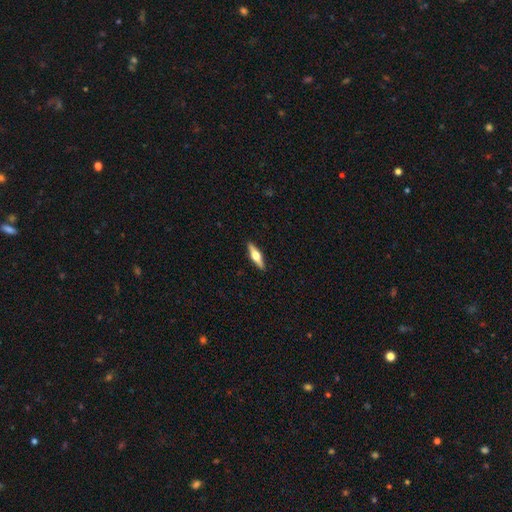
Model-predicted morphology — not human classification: smooth-or-featured: featured or disk: 62% | smooth: 33% | star or artifact: 5%
  disk-edge-on: yes: 96% | no: 4%
    edge-on-bulge: rounded: 95% | boxy: 3% | none: 2%
  merging: none: 91% | minor disturbance: 6% | major disturbance: 1% | merger: 1%